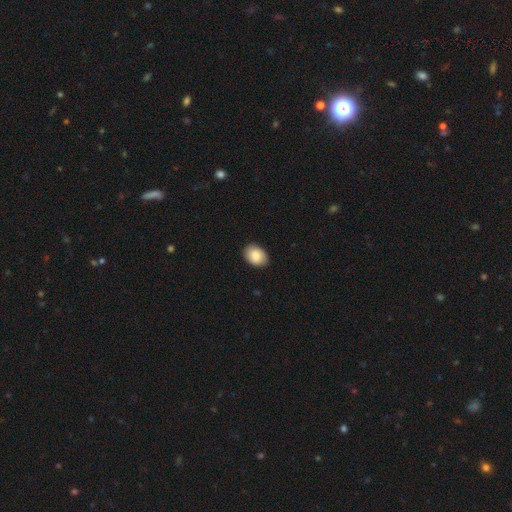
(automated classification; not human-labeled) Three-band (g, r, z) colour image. It shows a smooth galaxy with no disk features (87%) that is in between round and cigar-shaped (73%). Merging: none (88%).